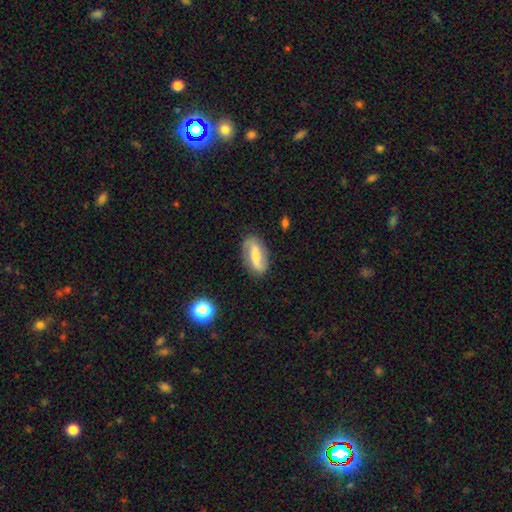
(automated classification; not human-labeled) This is likely a featured or disk galaxy (68%). It is clearly not viewed edge-on (93%). Bar: marginally strong (43%). Spiral arm pattern: clearly yes (89%). Spiral arm count: clearly 2 (90%). Spiral winding: possibly loose (60%). Central bulge: possibly moderate (50%). Merging: clearly none (84%).